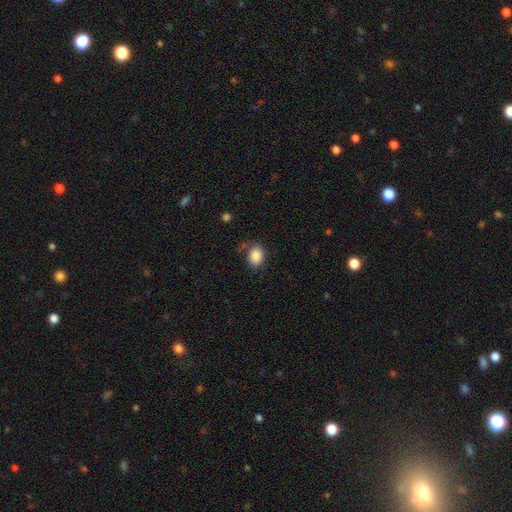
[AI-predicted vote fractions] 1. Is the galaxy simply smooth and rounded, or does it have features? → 87% smooth, 9% star or artifact, 5% featured or disk.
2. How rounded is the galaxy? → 61% in between, 38% round, 1% cigar-shaped.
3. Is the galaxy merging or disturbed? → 80% none, 13% minor disturbance, 4% major disturbance, 3% merger.